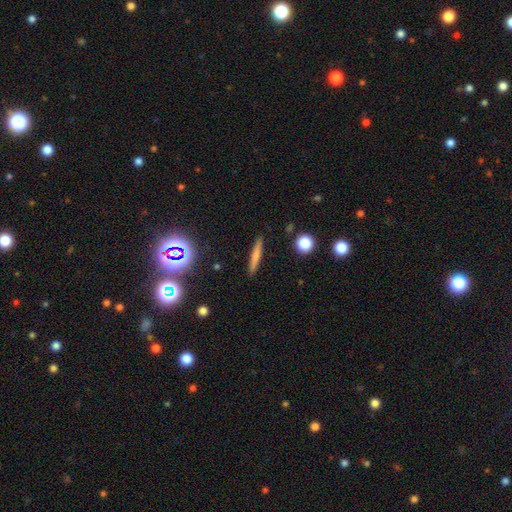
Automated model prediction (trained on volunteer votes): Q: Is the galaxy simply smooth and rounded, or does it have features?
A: smooth — 68%.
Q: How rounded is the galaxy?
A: cigar-shaped — 92%.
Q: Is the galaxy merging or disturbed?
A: none — 89%.